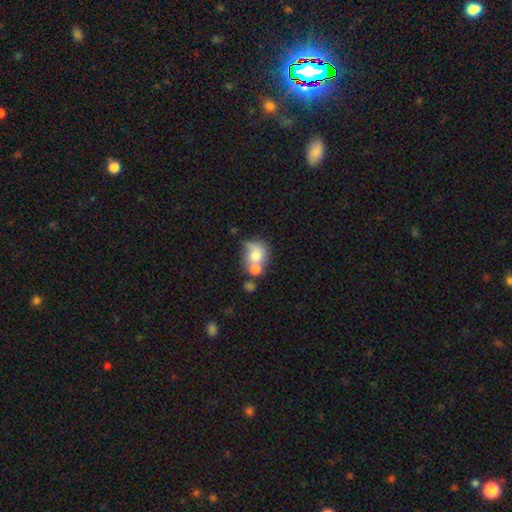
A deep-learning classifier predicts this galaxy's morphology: type=smooth (69%); roundness=round (67%); merging=merger (48%).